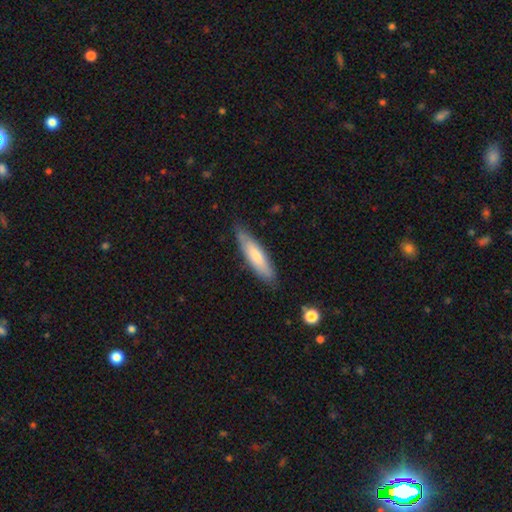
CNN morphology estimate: Smooth or featured? smooth (70%)
How rounded? cigar-shaped (72%)
Merging? none (81%)